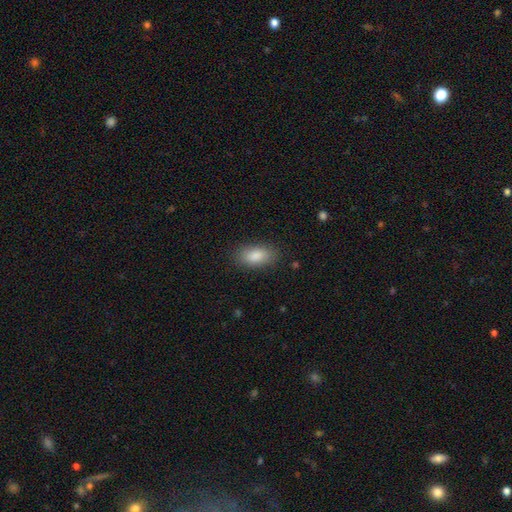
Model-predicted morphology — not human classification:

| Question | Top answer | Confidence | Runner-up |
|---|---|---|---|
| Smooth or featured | smooth | 88% | star or artifact (7%) |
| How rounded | in between | 91% | cigar-shaped (5%) |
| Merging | none | 85% | minor disturbance (11%) |